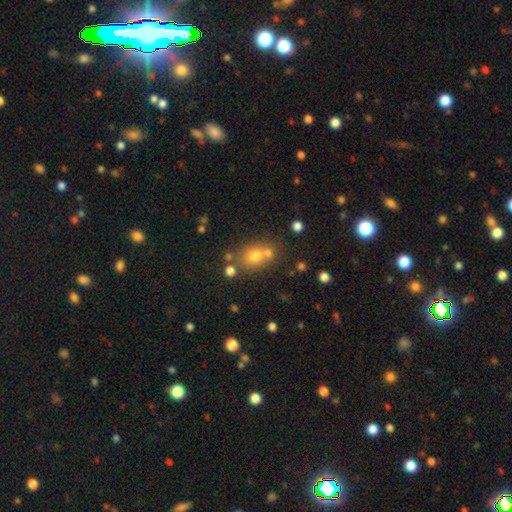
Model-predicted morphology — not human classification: Smooth or featured? Predicted: smooth (p=0.67). How rounded? Predicted: round (p=0.66). Merging? Predicted: none (p=0.54).